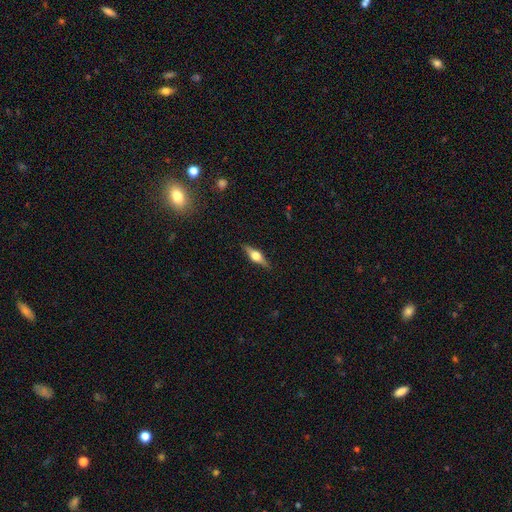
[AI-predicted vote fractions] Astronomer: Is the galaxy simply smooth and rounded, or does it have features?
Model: featured or disk — 66%.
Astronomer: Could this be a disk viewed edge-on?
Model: yes — 96%.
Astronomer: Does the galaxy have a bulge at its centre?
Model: rounded — 94%.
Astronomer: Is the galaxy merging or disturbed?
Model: none — 89%.